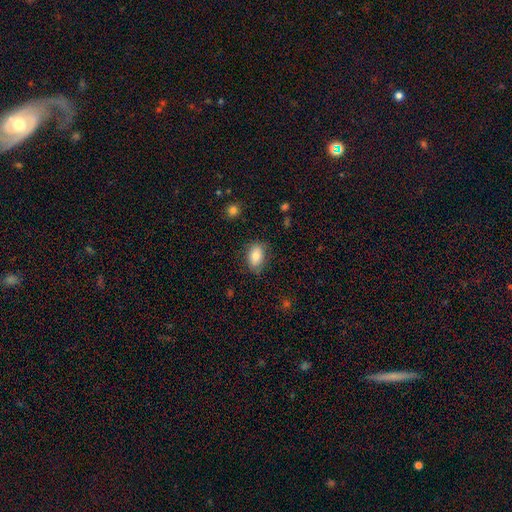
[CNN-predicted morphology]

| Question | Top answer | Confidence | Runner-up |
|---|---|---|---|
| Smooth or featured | smooth | 84% | featured or disk (8%) |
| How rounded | in between | 87% | round (11%) |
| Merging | none | 76% | minor disturbance (18%) |